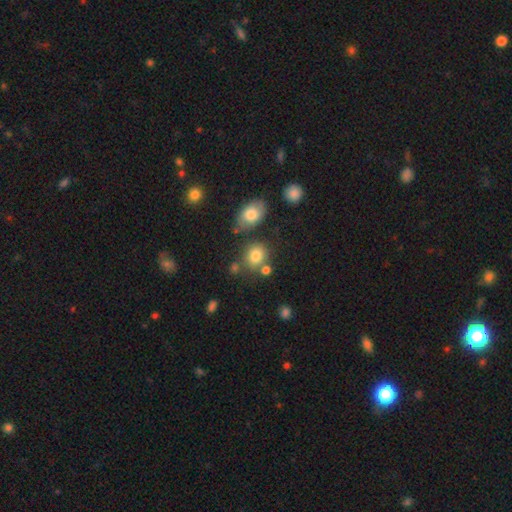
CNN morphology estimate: This appears to be a smooth galaxy with no disk features (80%) that is round (66%). Merging: none (67%).